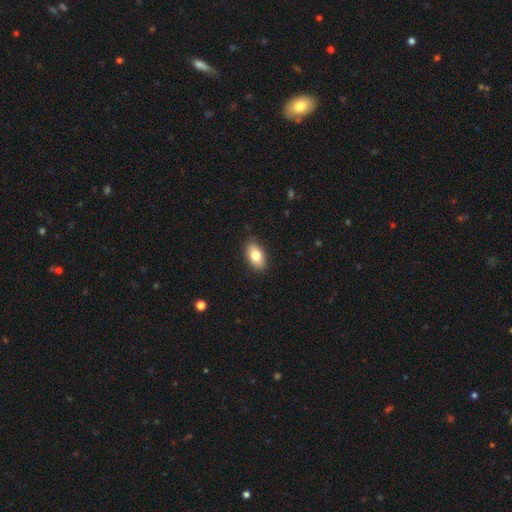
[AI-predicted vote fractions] This appears to be a smooth galaxy with no disk features (79%) that is in between round and cigar-shaped (91%). Merging: none (87%).